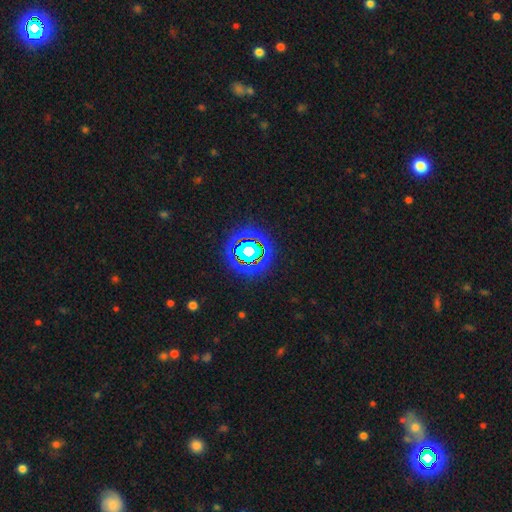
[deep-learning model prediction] Morphology: type=star or artifact (79%).